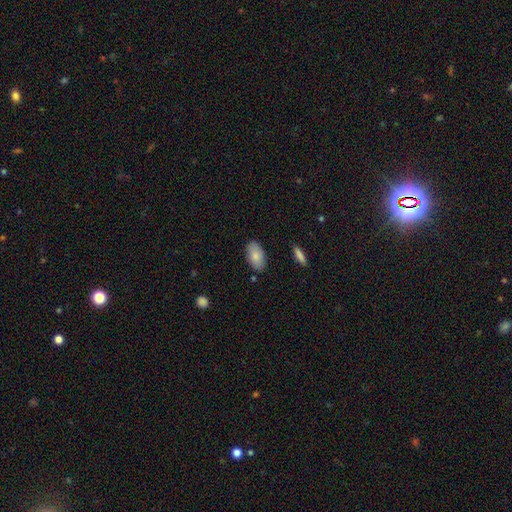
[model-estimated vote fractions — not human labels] A smooth galaxy with no disk features (83%) that is in between round and cigar-shaped (94%).

Vote fractions:
- Smooth or featured? smooth: 83% / featured or disk: 11% / star or artifact: 6%
- How rounded? in between: 94% / round: 3% / cigar-shaped: 3%
- Merging? none: 84% / minor disturbance: 12% / major disturbance: 2% / merger: 2%